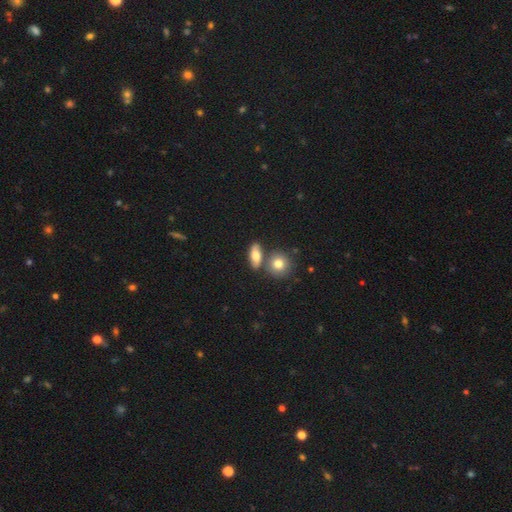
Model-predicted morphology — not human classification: smooth-or-featured: smooth: 72% | featured or disk: 20% | star or artifact: 9%
  how-rounded: in between: 72% | cigar-shaped: 16% | round: 12%
  merging: none: 64% | merger: 18% | minor disturbance: 14% | major disturbance: 4%